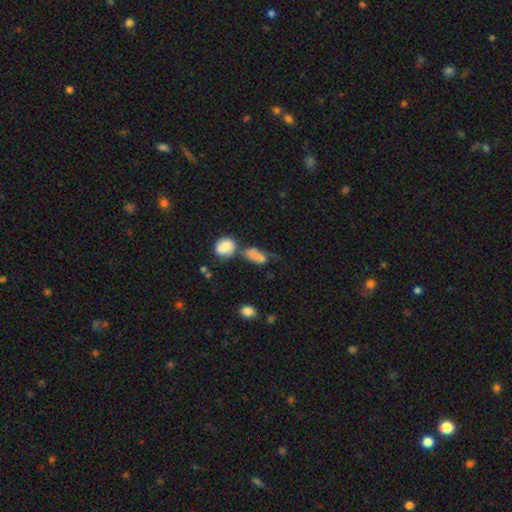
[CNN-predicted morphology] Overall: smooth (75%). How rounded: in between (79%). Merging: merger (40%; none 27%).